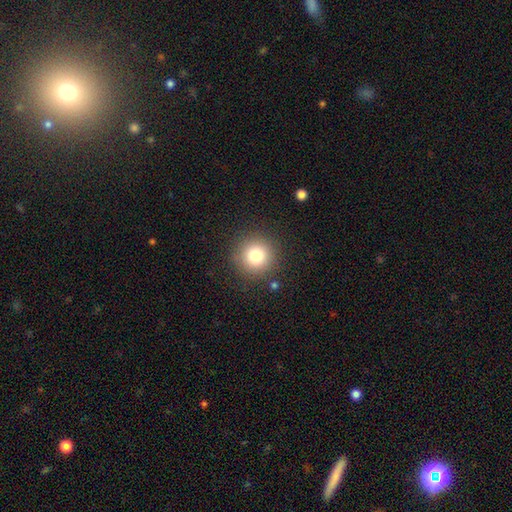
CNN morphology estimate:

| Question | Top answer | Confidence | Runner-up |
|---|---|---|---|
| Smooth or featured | smooth | 80% | star or artifact (12%) |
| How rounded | round | 95% | in between (4%) |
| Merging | none | 89% | minor disturbance (6%) |